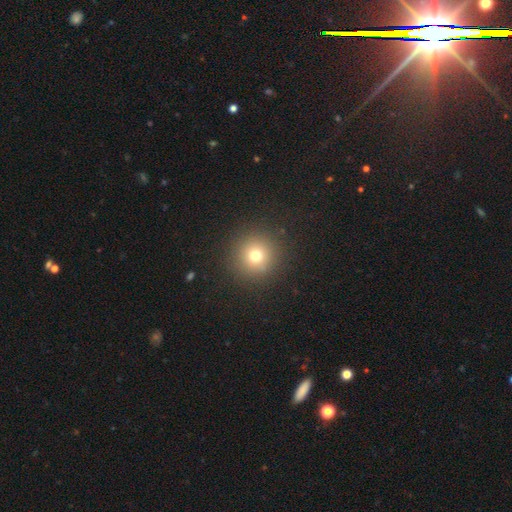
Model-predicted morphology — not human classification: This is likely a smooth galaxy (73%). How rounded: clearly round (95%). Merging: clearly none (91%).